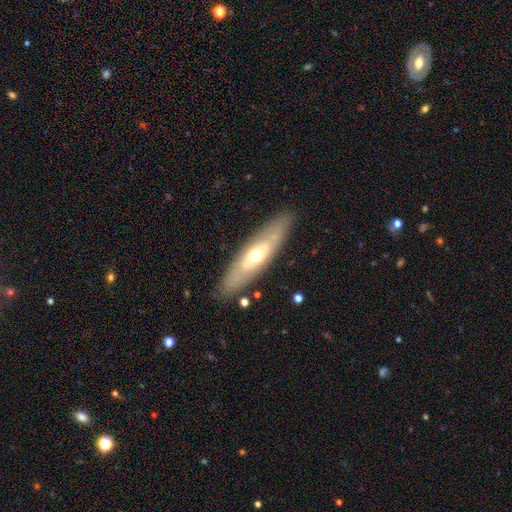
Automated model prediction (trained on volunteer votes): Smooth or featured?
  - featured or disk: 48% *
  - smooth: 45%
  - star or artifact: 6%
Merging?
  - none: 84% *
  - minor disturbance: 11%
  - major disturbance: 3%
  - merger: 2%